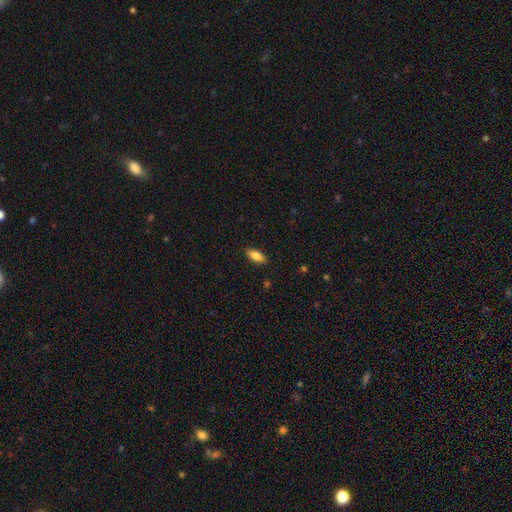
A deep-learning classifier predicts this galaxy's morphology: A smooth galaxy with no disk features (83%) that is in between round and cigar-shaped (81%).

Vote fractions:
- Smooth or featured? smooth: 83% / featured or disk: 10% / star or artifact: 7%
- How rounded? in between: 81% / cigar-shaped: 17% / round: 2%
- Merging? none: 88% / minor disturbance: 9% / major disturbance: 2% / merger: 1%